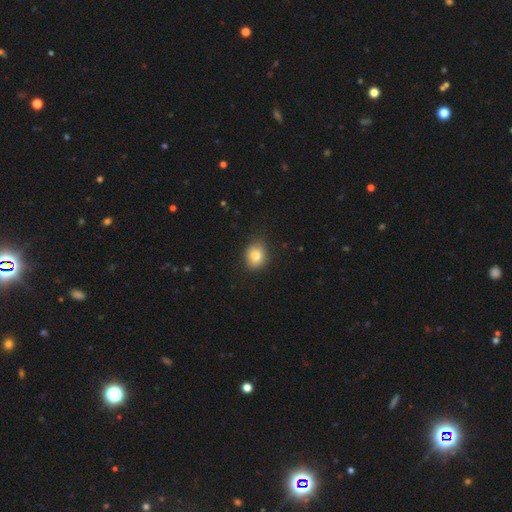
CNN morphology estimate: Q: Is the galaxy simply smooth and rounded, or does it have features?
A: smooth — 83%.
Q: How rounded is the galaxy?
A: round — 55%.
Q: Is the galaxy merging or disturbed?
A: none — 83%.